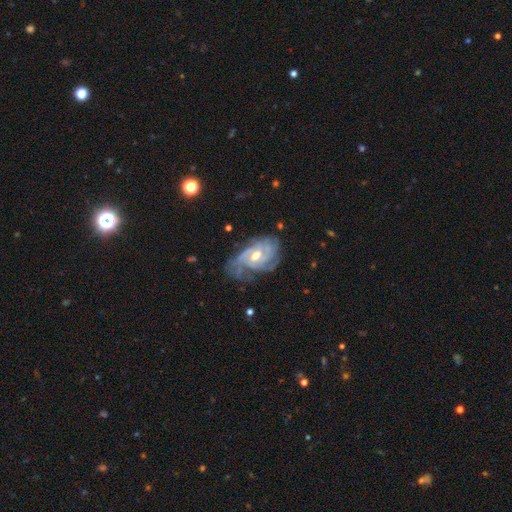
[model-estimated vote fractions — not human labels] smooth_or_featured: featured or disk (p=0.88) [alt: star or artifact p=0.06]
disk_edge_on: no (p=0.97) [alt: yes p=0.03]
bar: no (p=0.47) [alt: weak p=0.39]
has_spiral_arms: yes (p=0.97) [alt: no p=0.03]
spiral_winding: tight (p=0.62) [alt: medium p=0.31]
spiral_arm_count: 3 (p=0.29) [alt: can't tell p=0.25]
bulge_size: moderate (p=0.67) [alt: small p=0.27]
merging: none (p=0.64) [alt: minor disturbance p=0.23]